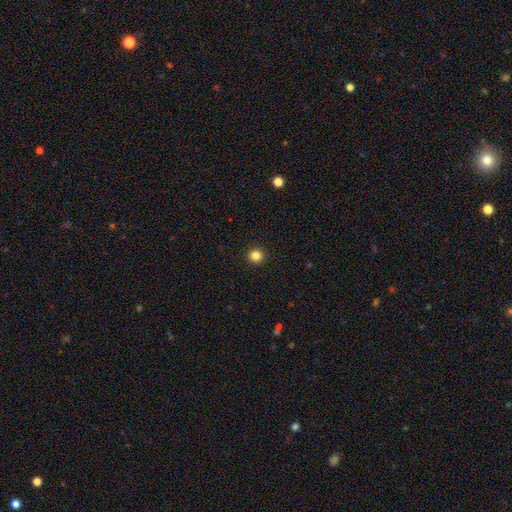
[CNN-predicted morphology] This is clearly a smooth galaxy (84%). How rounded: clearly round (95%). Merging: clearly none (94%).